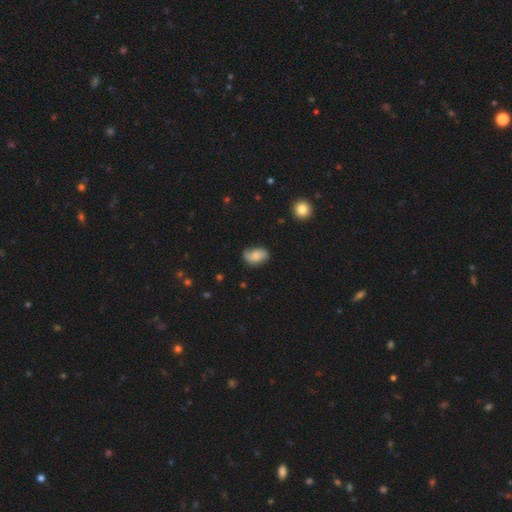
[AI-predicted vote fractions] Smooth or featured: smooth — 54% (featured or disk — 37%)
How rounded: in between — 85% (round — 14%)
Merging: none — 63% (minor disturbance — 27%)